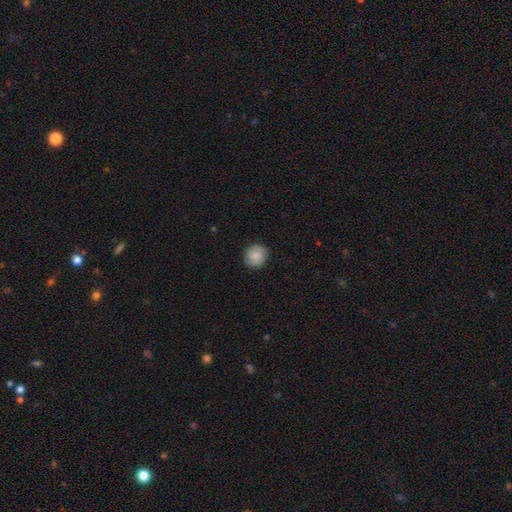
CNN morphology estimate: Smooth or featured: smooth — 83% (featured or disk — 10%)
How rounded: round — 86% (in between — 13%)
Merging: none — 86% (minor disturbance — 11%)